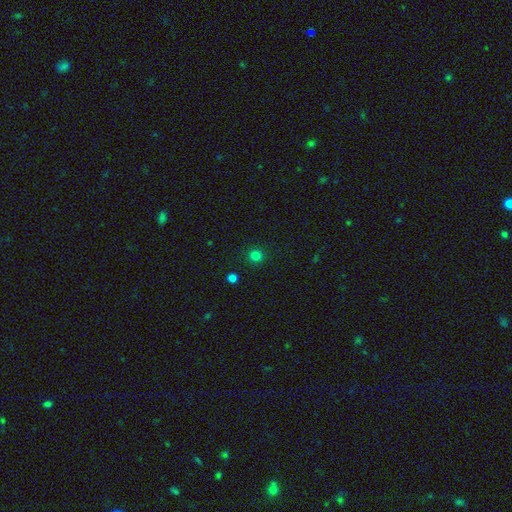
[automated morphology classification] smooth-or-featured: smooth: 80% | star or artifact: 16% | featured or disk: 4%
  how-rounded: round: 92% | in between: 7% | cigar-shaped: 1%
  merging: none: 91% | minor disturbance: 5% | major disturbance: 2% | merger: 1%